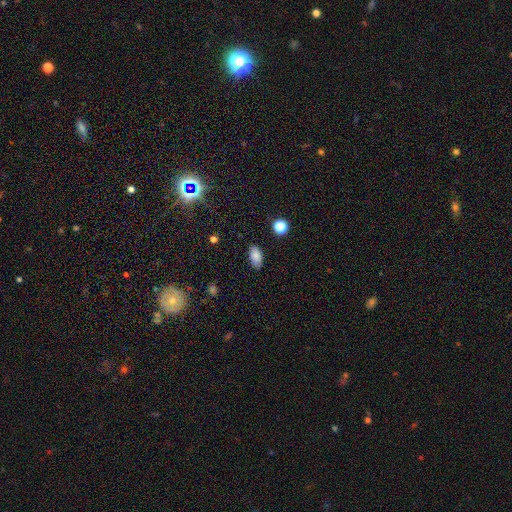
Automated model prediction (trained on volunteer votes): Smooth or featured: smooth — 83% (star or artifact — 9%)
How rounded: in between — 92% (round — 5%)
Merging: none — 85% (minor disturbance — 11%)